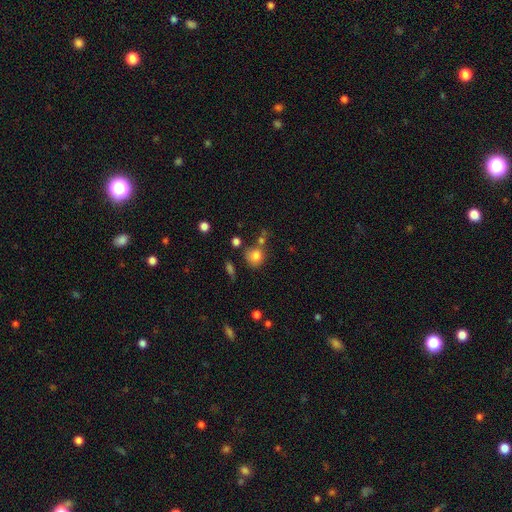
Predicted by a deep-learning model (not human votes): Morphology: type=smooth (80%); roundness=round (83%); merging=none (63%).